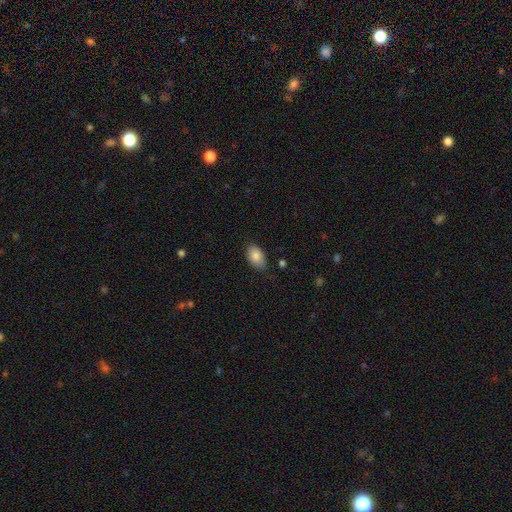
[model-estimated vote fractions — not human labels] smooth 85%, featured or disk 8%, star or artifact 7%. Down the decision tree: how rounded — in between (91%); merging — none (77%).